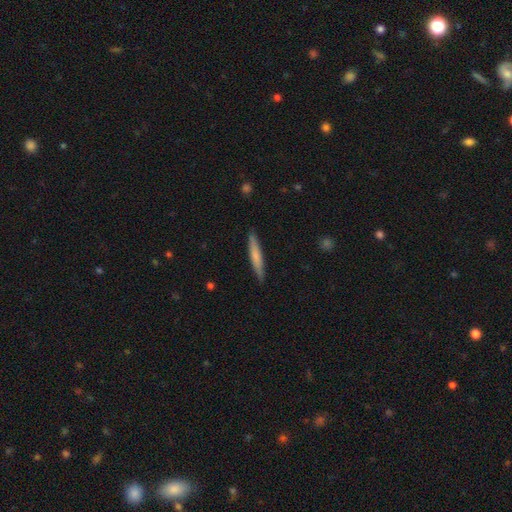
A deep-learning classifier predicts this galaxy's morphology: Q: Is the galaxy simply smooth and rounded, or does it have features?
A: smooth — 65%.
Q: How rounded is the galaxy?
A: cigar-shaped — 94%.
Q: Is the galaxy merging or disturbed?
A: none — 89%.